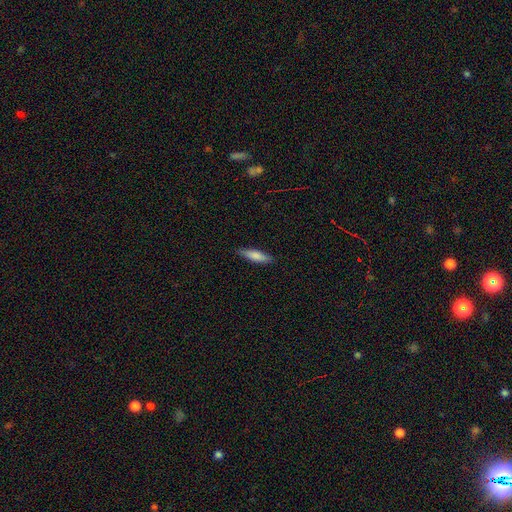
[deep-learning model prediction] smooth 78%, featured or disk 17%, star or artifact 6%. Down the decision tree: how rounded — cigar-shaped (73%); merging — none (88%).